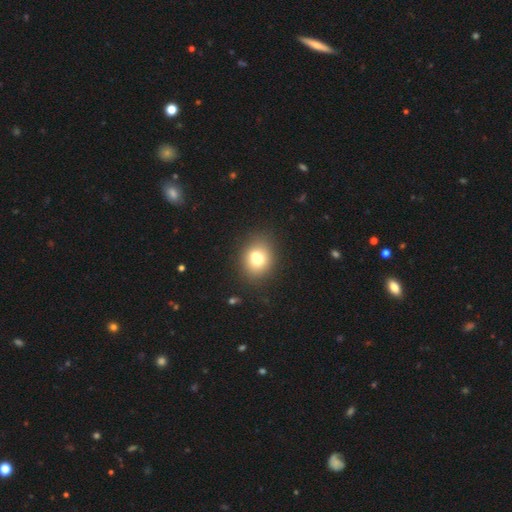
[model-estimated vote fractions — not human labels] smooth_or_featured: smooth (p=0.72) [alt: featured or disk p=0.16]
how_rounded: round (p=0.56) [alt: in between p=0.43]
merging: none (p=0.72) [alt: minor disturbance p=0.13]